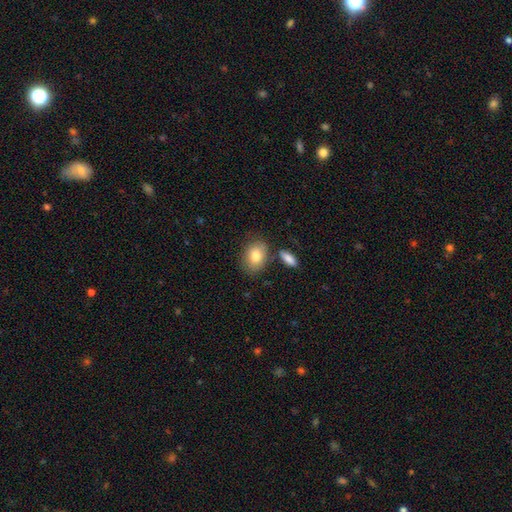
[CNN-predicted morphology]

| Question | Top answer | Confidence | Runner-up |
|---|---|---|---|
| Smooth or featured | smooth | 82% | featured or disk (11%) |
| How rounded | in between | 75% | round (23%) |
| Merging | none | 71% | minor disturbance (16%) |